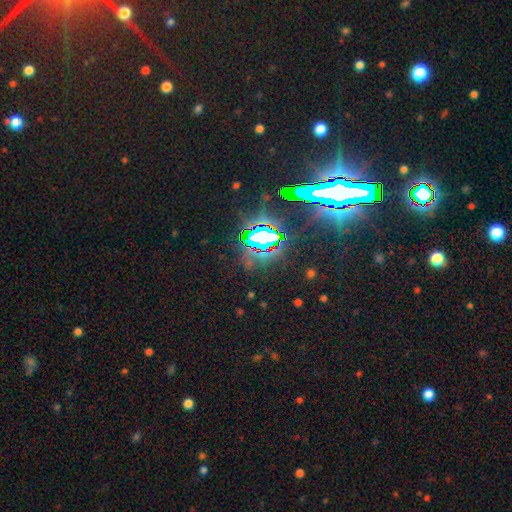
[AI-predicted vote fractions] smooth-or-featured: star or artifact: 85% | featured or disk: 8% | smooth: 8%